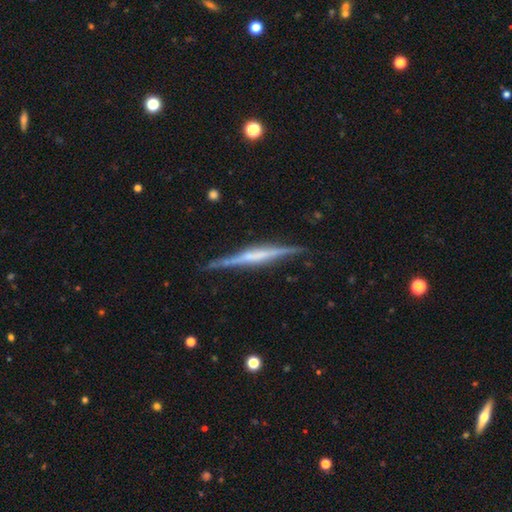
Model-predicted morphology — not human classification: A featured or disk galaxy (77%) viewed edge-on (98%) with no central bulge (35%). Merging: none (85%).